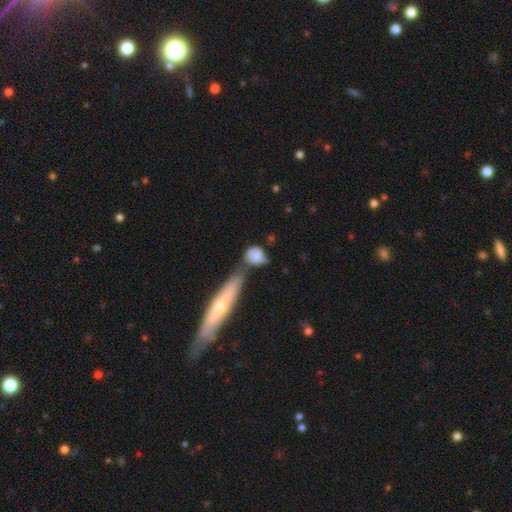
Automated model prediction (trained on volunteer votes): Smooth or featured? smooth (63%)
How rounded? round (56%)
Merging? none (33%)